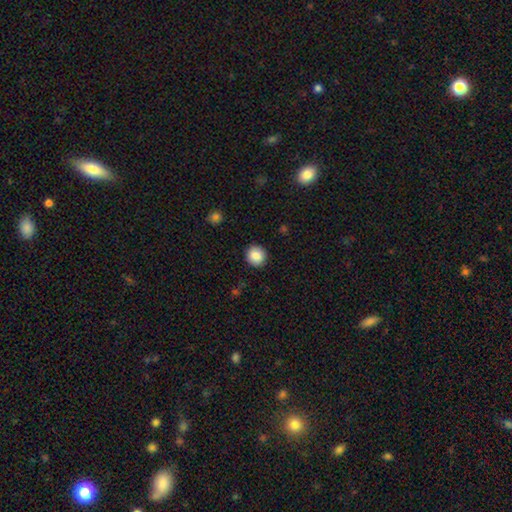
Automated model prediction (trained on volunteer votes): Q: Smooth or featured?
A: smooth (87%); runner-up: star or artifact (9%)
Q: How rounded?
A: round (91%); runner-up: in between (8%)
Q: Merging?
A: none (92%); runner-up: minor disturbance (5%)